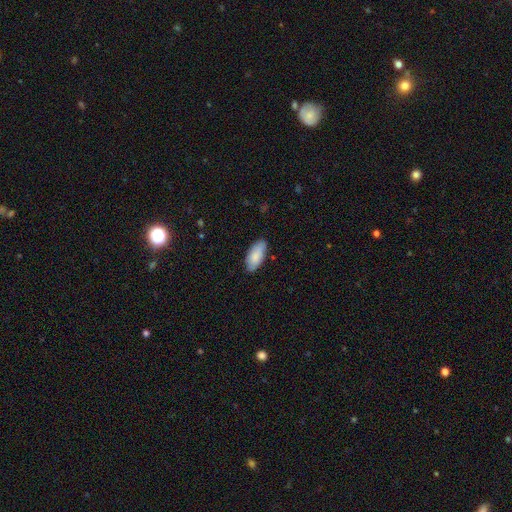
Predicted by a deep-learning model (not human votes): Overall: smooth (84%). How rounded: in between (89%). Merging: none (82%).